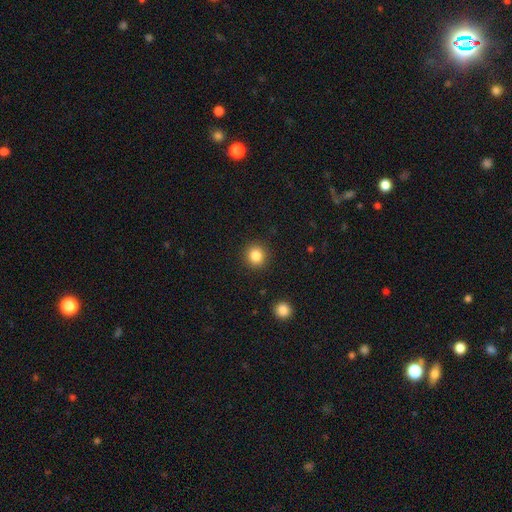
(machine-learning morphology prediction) Smooth or featured?
  - smooth: 84% *
  - star or artifact: 11%
  - featured or disk: 5%
How rounded?
  - round: 92% *
  - in between: 7%
  - cigar-shaped: 1%
Merging?
  - none: 91% *
  - minor disturbance: 6%
  - major disturbance: 2%
  - merger: 1%